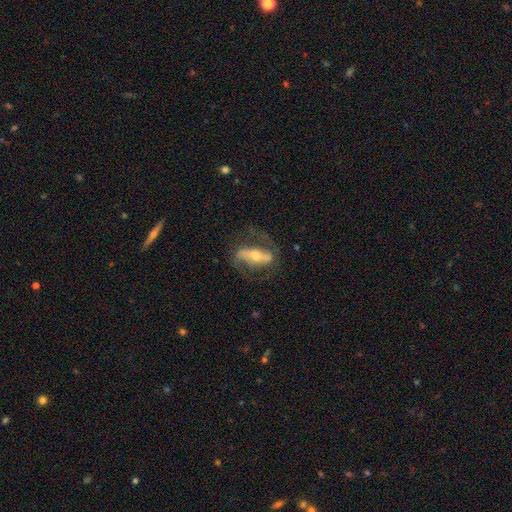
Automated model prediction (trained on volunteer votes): Smooth or featured: featured or disk — 76% (smooth — 18%)
Edge-on disk: no — 82% (yes — 18%)
Bar: strong — 61% (weak — 23%)
Spiral arms: yes — 86% (no — 14%)
Spiral winding: medium — 42% (loose — 41%)
Spiral arm count: 2 — 86% (can't tell — 6%)
Bulge size: moderate — 51% (small — 33%)
Merging: none — 65% (minor disturbance — 17%)